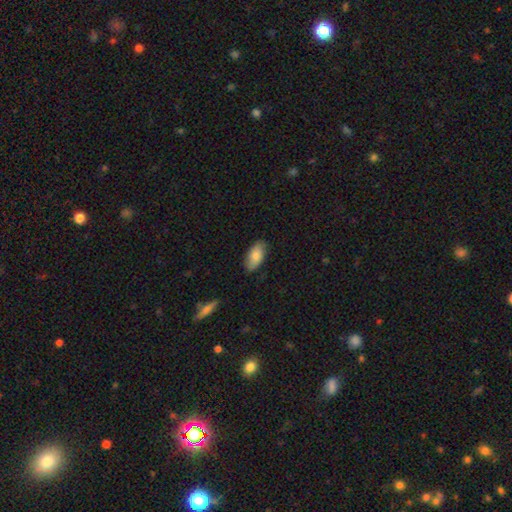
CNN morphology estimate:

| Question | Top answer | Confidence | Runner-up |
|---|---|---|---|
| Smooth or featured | smooth | 80% | featured or disk (14%) |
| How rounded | in between | 92% | cigar-shaped (6%) |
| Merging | none | 82% | minor disturbance (15%) |